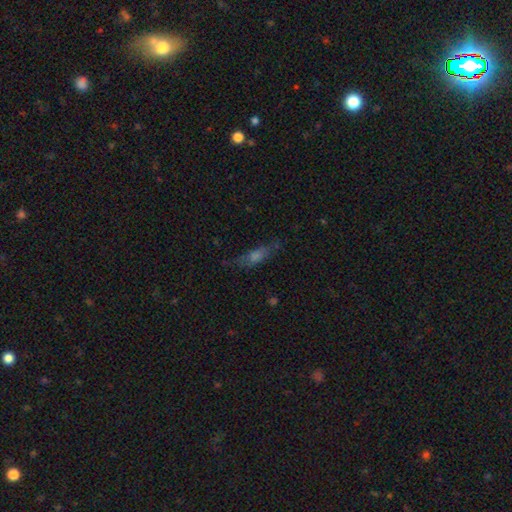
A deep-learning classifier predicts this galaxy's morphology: Smooth or featured? smooth (48%)
Merging? none (68%)